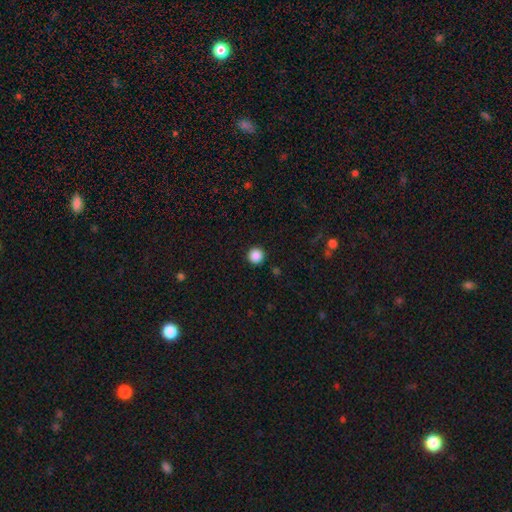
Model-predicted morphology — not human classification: Overall: smooth (87%). How rounded: round (96%). Merging: none (93%).